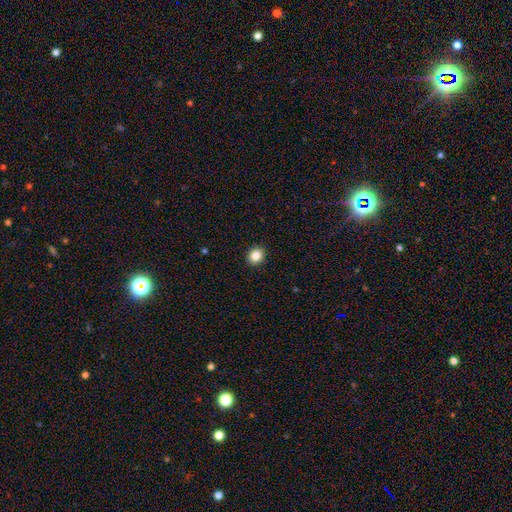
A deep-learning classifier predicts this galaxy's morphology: smooth 86%, star or artifact 10%, featured or disk 4%. Down the decision tree: how rounded — round (75%); merging — none (92%).